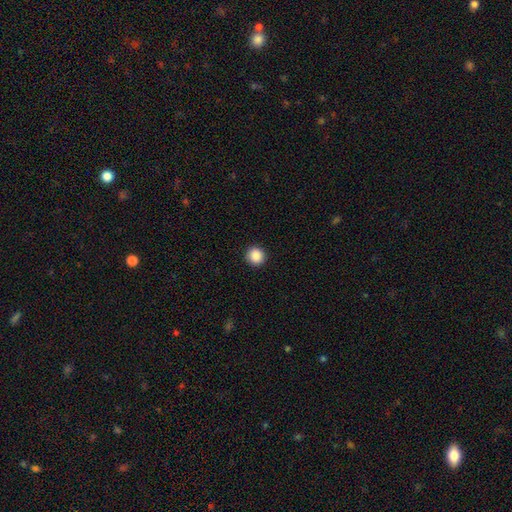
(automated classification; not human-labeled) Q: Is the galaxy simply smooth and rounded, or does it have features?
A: smooth — 89%.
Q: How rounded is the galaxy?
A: round — 94%.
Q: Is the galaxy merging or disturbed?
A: none — 93%.